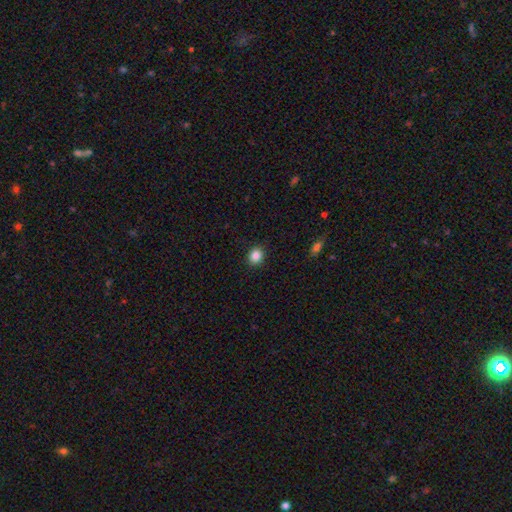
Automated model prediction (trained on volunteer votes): Q: Smooth or featured?
A: smooth (86%); runner-up: star or artifact (10%)
Q: How rounded?
A: round (76%); runner-up: in between (23%)
Q: Merging?
A: none (91%); runner-up: minor disturbance (6%)